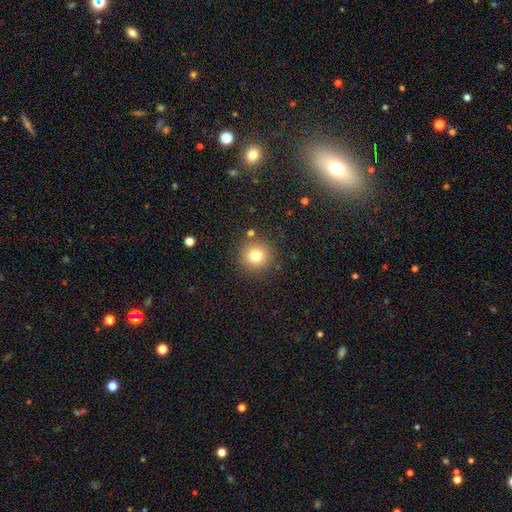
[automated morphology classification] Smooth or featured? Predicted: smooth (p=0.78). How rounded? Predicted: round (p=0.94). Merging? Predicted: none (p=0.86).